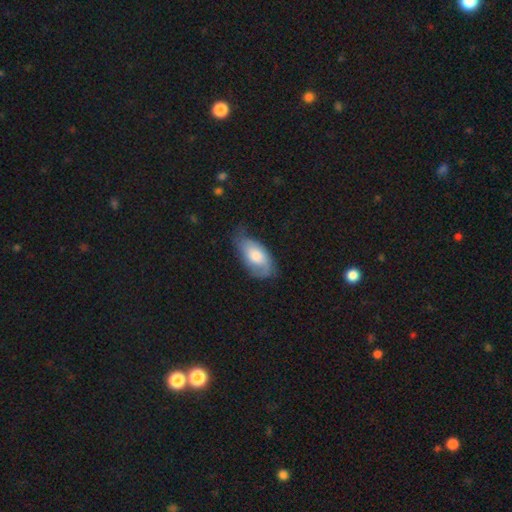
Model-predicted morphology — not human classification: This is possibly a smooth galaxy (60%). How rounded: clearly in between (92%). Merging: possibly none (50%).